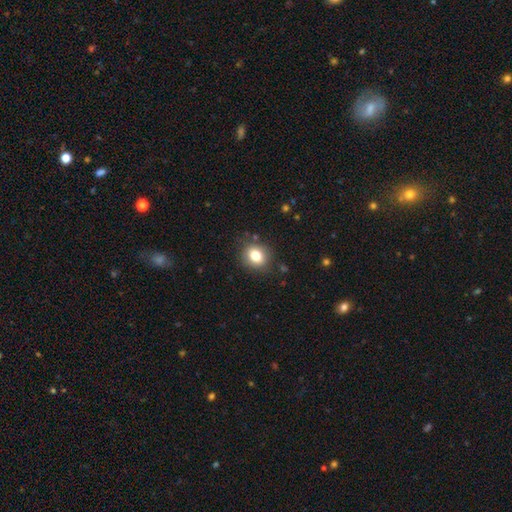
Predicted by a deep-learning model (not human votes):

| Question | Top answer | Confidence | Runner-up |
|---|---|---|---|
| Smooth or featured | smooth | 80% | star or artifact (11%) |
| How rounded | round | 68% | in between (31%) |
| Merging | none | 86% | minor disturbance (10%) |